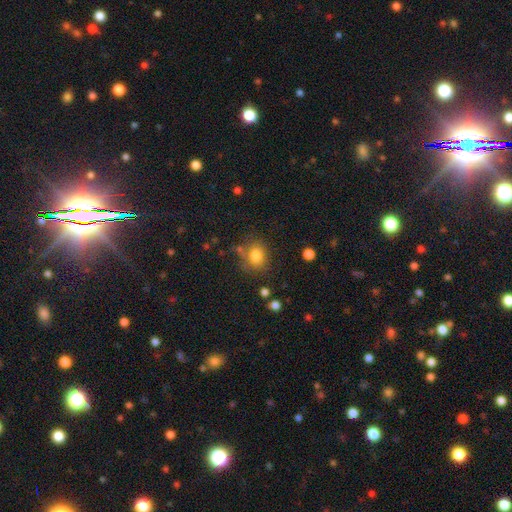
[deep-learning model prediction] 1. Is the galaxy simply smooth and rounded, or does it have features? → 80% smooth, 12% star or artifact, 8% featured or disk.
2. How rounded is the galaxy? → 62% round, 37% in between, 1% cigar-shaped.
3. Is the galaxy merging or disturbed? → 71% none, 16% minor disturbance, 7% merger, 6% major disturbance.